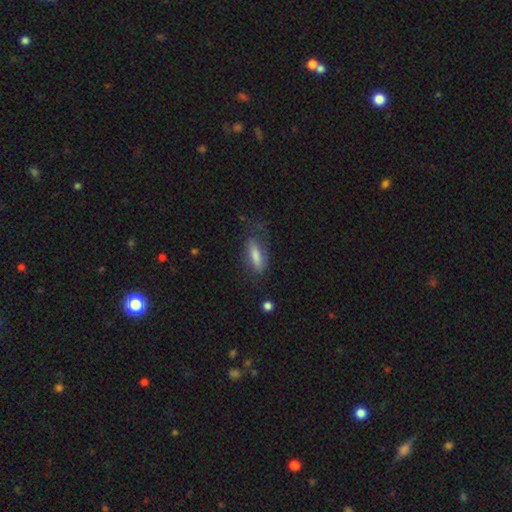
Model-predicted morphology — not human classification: smooth-or-featured: smooth: 60% | featured or disk: 29% | star or artifact: 11%
  how-rounded: in between: 56% | cigar-shaped: 41% | round: 3%
  merging: none: 57% | minor disturbance: 25% | major disturbance: 16% | merger: 2%